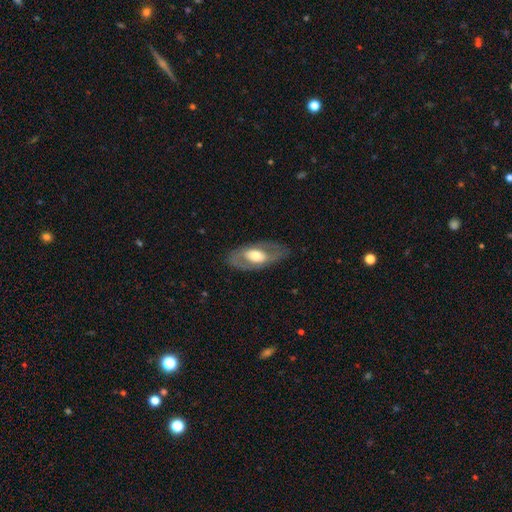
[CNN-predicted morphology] type=featured or disk (58%); edge-on=no (85%); merging=none (76%).